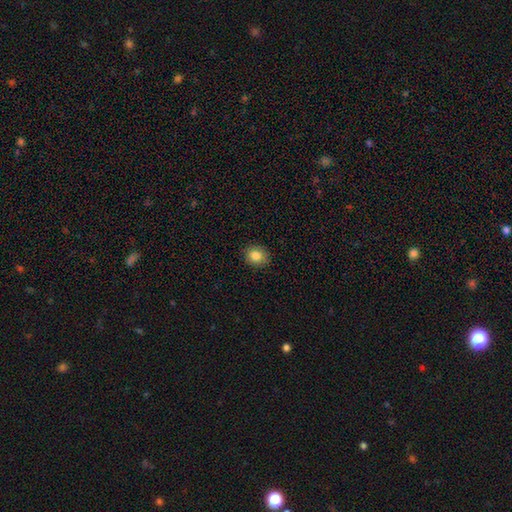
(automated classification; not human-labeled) Smooth or featured: smooth — 83% (star or artifact — 10%)
How rounded: round — 71% (in between — 28%)
Merging: none — 89% (minor disturbance — 8%)